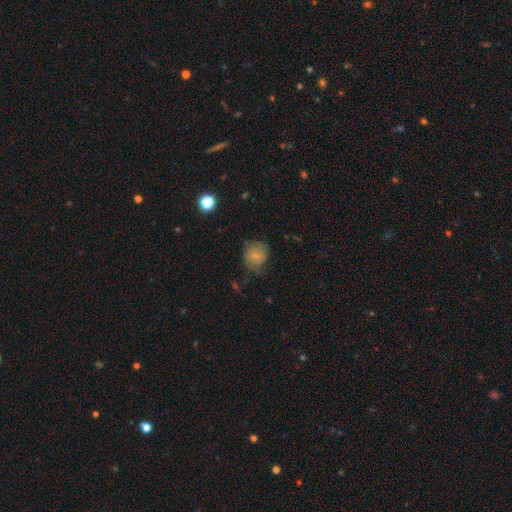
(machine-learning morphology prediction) This appears to be a smooth galaxy with no disk features (62%) that is round (83%). Merging: none (61%).